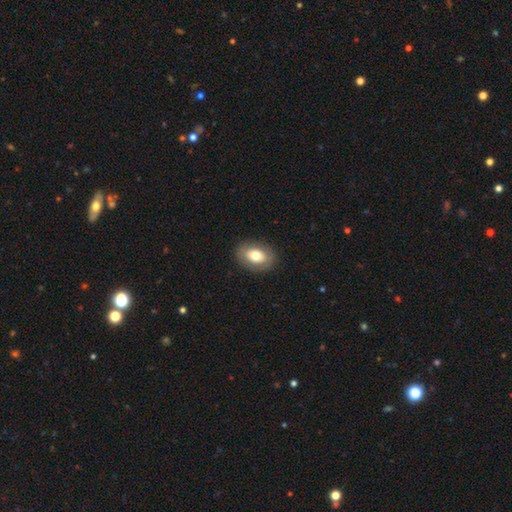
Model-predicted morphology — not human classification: A smooth galaxy with no disk features (70%) that is in between round and cigar-shaped (78%). Merging: none (85%).